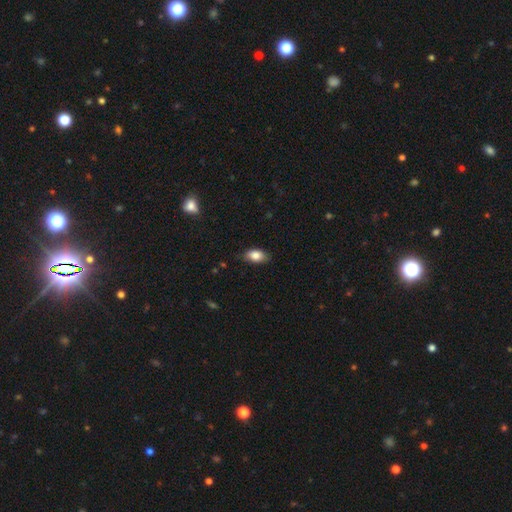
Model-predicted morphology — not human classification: The model was most divided on "merging": none: 78%, minor disturbance: 18%, major disturbance: 3%, merger: 1%. More confident: how rounded — in between (89%); smooth or featured — smooth (83%).